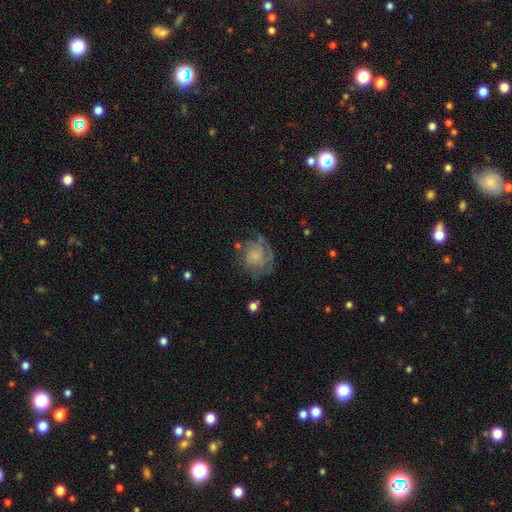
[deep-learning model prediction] Smooth or featured? Predicted: featured or disk (p=0.65). Edge-on disk? Predicted: no (p=0.98). Bar? Predicted: no (p=0.75). Spiral arms? Predicted: yes (p=0.85). Spiral winding? Predicted: tight (p=0.50). Spiral arm count? Predicted: can't tell (p=0.40). Bulge size? Predicted: none (p=0.38). Merging? Predicted: none (p=0.57).